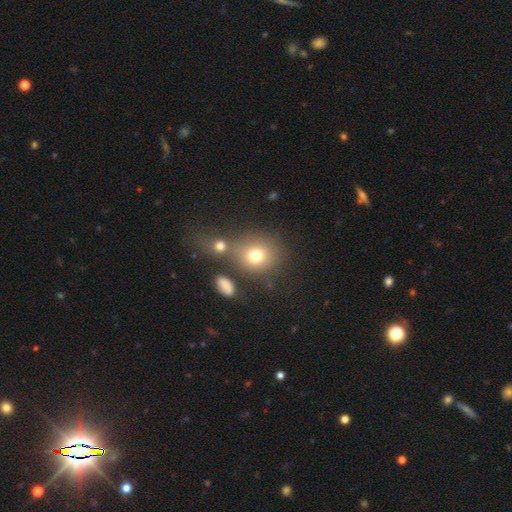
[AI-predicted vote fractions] smooth_or_featured: smooth (p=0.74) [alt: star or artifact p=0.15]
how_rounded: round (p=0.75) [alt: in between p=0.24]
merging: none (p=0.59) [alt: merger p=0.22]